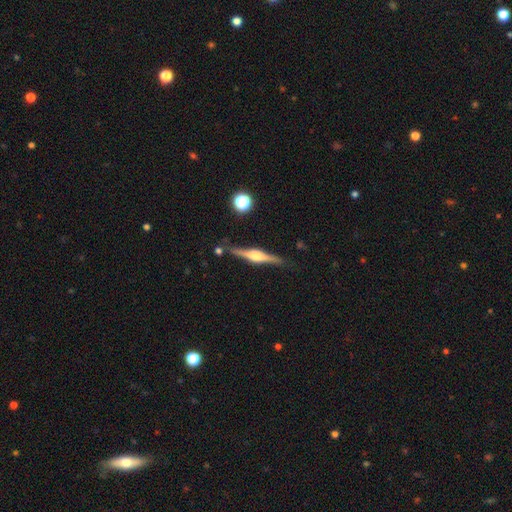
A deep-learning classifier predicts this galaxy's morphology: This appears to be a featured or disk galaxy (79%) viewed edge-on (98%) with a rounded central bulge (83%). Merging: none (84%).